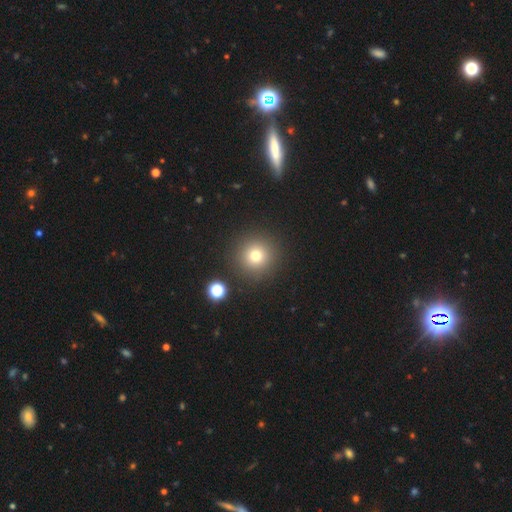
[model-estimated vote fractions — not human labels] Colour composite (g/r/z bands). It shows a smooth galaxy with no disk features (75%) that is round (95%). Merging: none (89%).